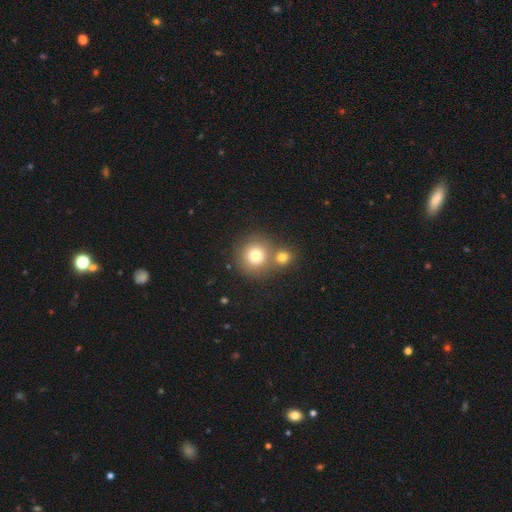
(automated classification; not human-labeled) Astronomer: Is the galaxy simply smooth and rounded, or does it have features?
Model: smooth — 77%.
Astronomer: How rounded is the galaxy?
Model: round — 91%.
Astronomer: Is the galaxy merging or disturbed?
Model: none — 57% (runner-up: merger, 33%).